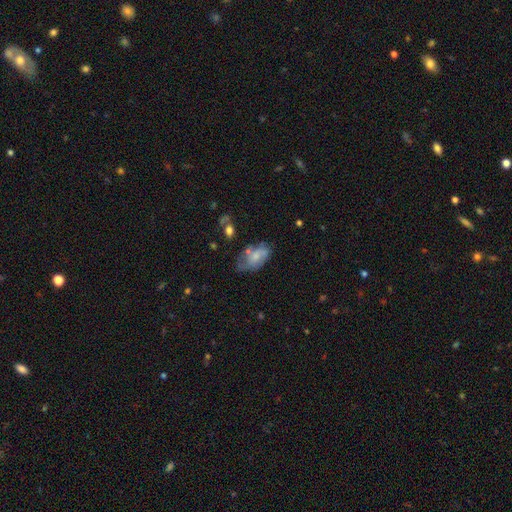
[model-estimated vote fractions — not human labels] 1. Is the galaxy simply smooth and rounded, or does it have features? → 55% smooth, 38% featured or disk, 8% star or artifact.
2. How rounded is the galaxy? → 91% in between, 6% round, 3% cigar-shaped.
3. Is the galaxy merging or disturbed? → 44% none, 31% minor disturbance, 16% major disturbance, 9% merger.